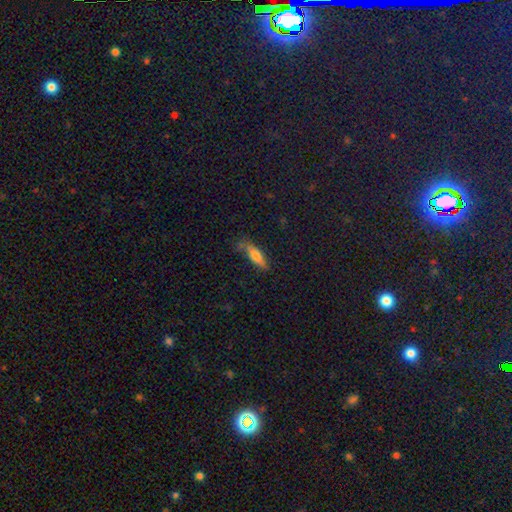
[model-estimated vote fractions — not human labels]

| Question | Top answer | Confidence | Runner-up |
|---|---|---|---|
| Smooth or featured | smooth | 64% | featured or disk (28%) |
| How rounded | cigar-shaped | 57% | in between (40%) |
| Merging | none | 61% | minor disturbance (28%) |